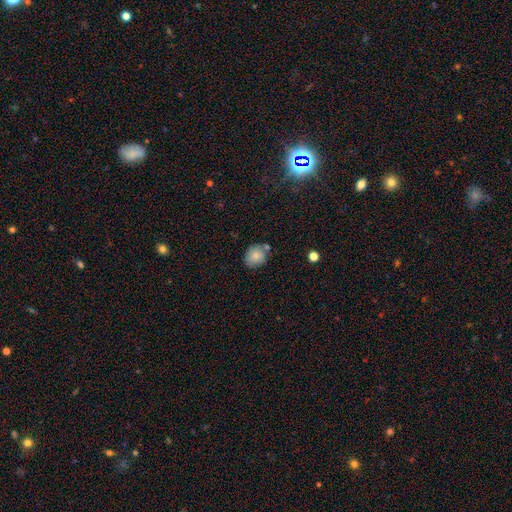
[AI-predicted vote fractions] Smooth or featured? smooth (82%)
How rounded? round (69%)
Merging? none (69%)